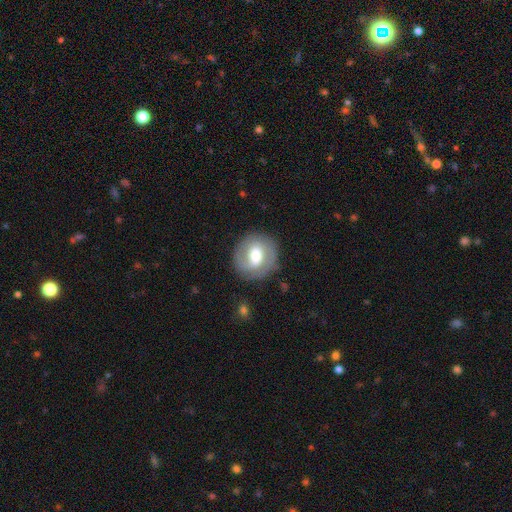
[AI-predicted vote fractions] Smooth or featured: featured or disk — 57% (smooth — 36%)
Edge-on disk: no — 97% (yes — 3%)
Bar: weak — 50% (no — 29%)
Spiral arms: yes — 76% (no — 24%)
Bulge size: moderate — 57% (large — 29%)
Merging: none — 80% (minor disturbance — 13%)